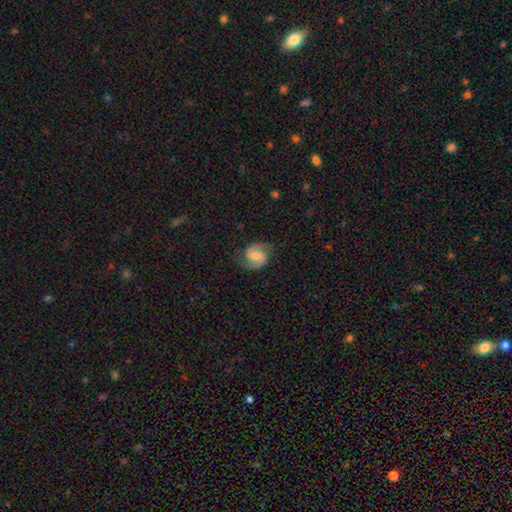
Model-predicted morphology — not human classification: Overall: featured or disk (76%). Edge-on disk: no (98%). Bar: weak (49%; no 37%). Spiral arms: yes (95%). Spiral arm count: 2 (91%). Spiral winding: medium (54%; tight 24%). Bulge size: moderate (60%; small 28%). Merging: none (78%).